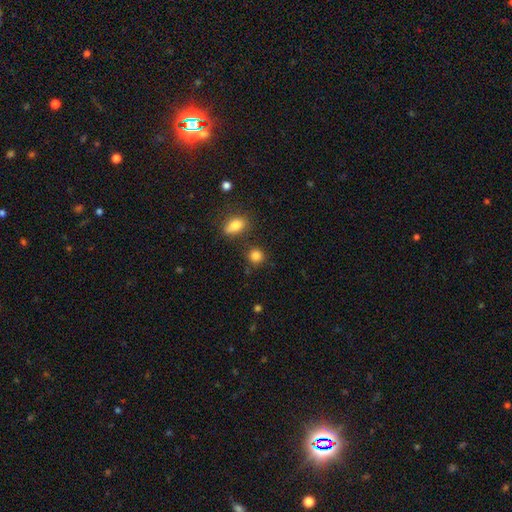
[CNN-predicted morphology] This is clearly a smooth galaxy (85%). How rounded: clearly round (86%). Merging: likely none (79%).